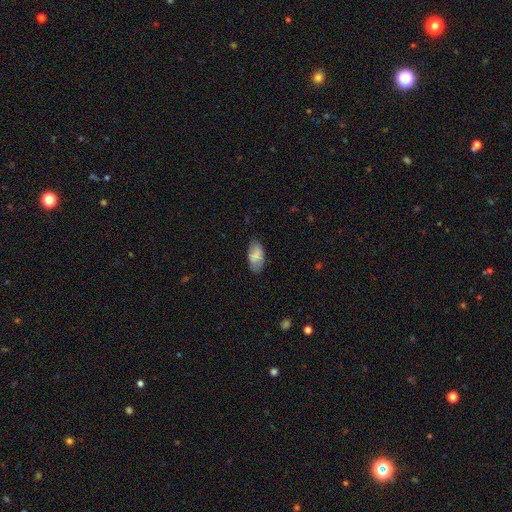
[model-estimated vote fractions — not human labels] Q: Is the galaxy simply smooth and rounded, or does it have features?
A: smooth — 81%.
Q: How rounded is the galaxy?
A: in between — 94%.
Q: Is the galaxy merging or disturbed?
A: none — 76%.